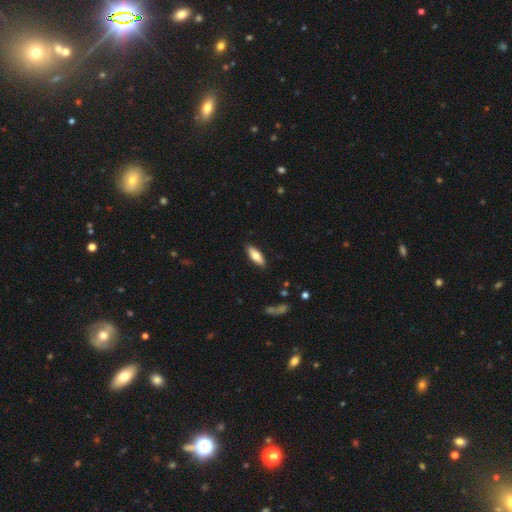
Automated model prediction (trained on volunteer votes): Smooth or featured: smooth — 74% (featured or disk — 19%)
How rounded: in between — 72% (cigar-shaped — 26%)
Merging: none — 88% (minor disturbance — 9%)